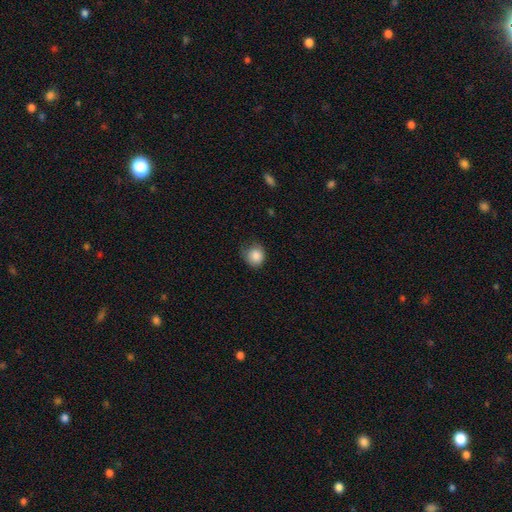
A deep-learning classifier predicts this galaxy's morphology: Q: Smooth or featured?
A: smooth (87%); runner-up: star or artifact (9%)
Q: How rounded?
A: round (80%); runner-up: in between (19%)
Q: Merging?
A: none (61%); runner-up: minor disturbance (30%)